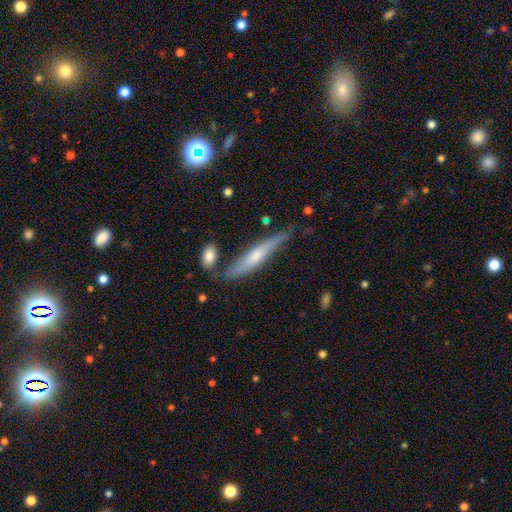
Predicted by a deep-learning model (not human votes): Smooth or featured?
  - featured or disk: 59% *
  - smooth: 35%
  - star or artifact: 7%
Edge-on disk?
  - yes: 87% *
  - no: 13%
Edge-on bulge?
  - rounded: 72% *
  - none: 19%
  - boxy: 9%
Merging?
  - none: 67% *
  - minor disturbance: 21%
  - merger: 7%
  - major disturbance: 5%